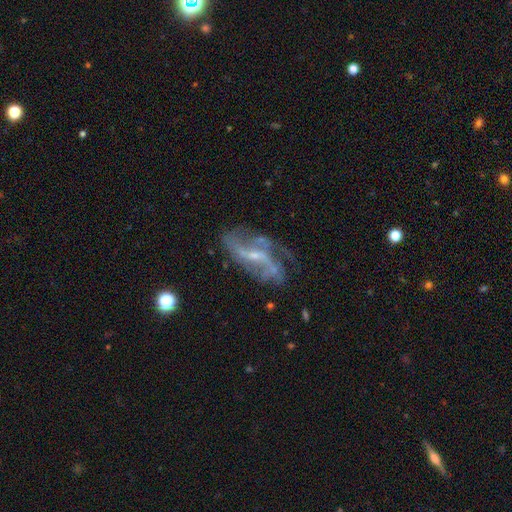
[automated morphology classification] This is clearly a featured or disk galaxy (83%). It is clearly not viewed edge-on (93%). Bar: possibly weak (46%). Spiral arm pattern: clearly yes (88%). Spiral arm count: possibly 2 (53%). Spiral winding: possibly loose (55%). Central bulge: likely small (66%). Merging: possibly none (53%).